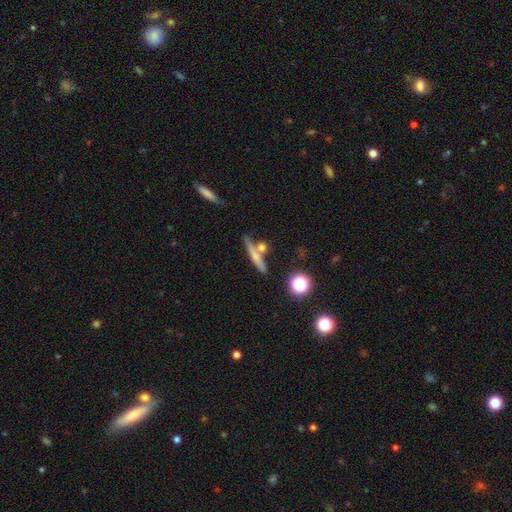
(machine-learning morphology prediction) This is possibly a smooth galaxy (57%). How rounded: clearly cigar-shaped (83%). Merging: likely none (65%).